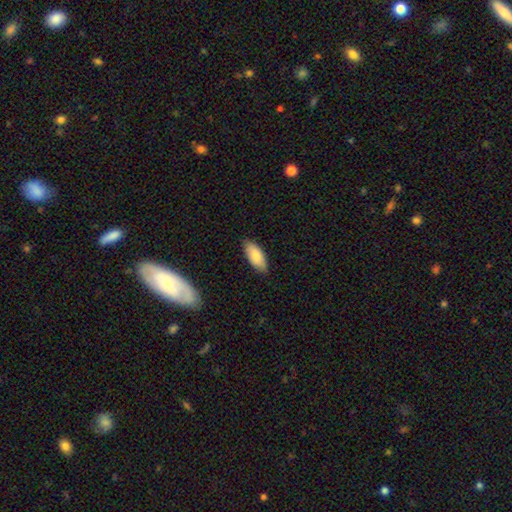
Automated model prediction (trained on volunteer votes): Smooth or featured: smooth — 81% (featured or disk — 13%)
How rounded: in between — 88% (cigar-shaped — 10%)
Merging: none — 84% (minor disturbance — 13%)